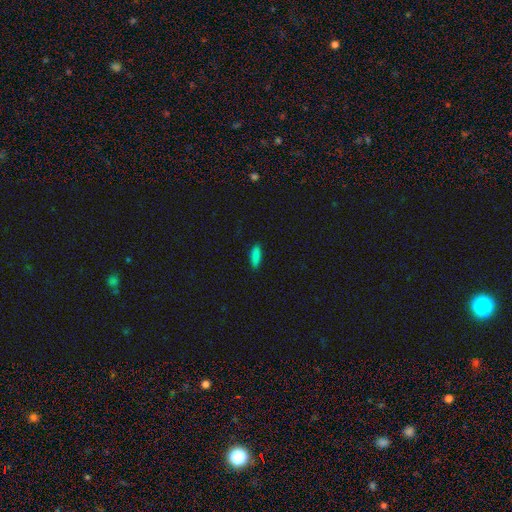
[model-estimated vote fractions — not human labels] This appears to be a smooth galaxy with no disk features (87%) that is cigar-shaped (50%). Merging: none (88%).